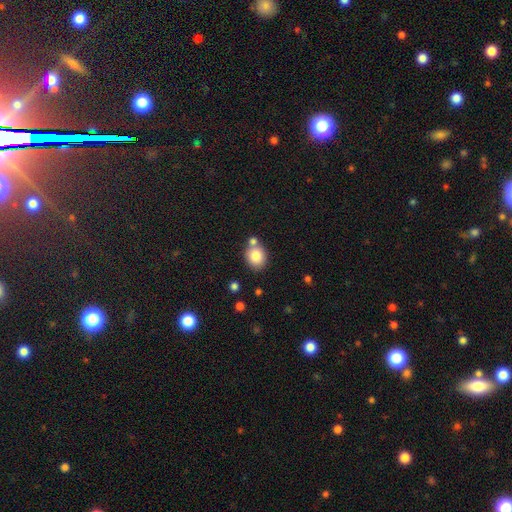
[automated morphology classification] The model was most divided on "how rounded": round: 68%, in between: 31%, cigar-shaped: 1%. More confident: smooth or featured — smooth (82%); merging — none (65%).